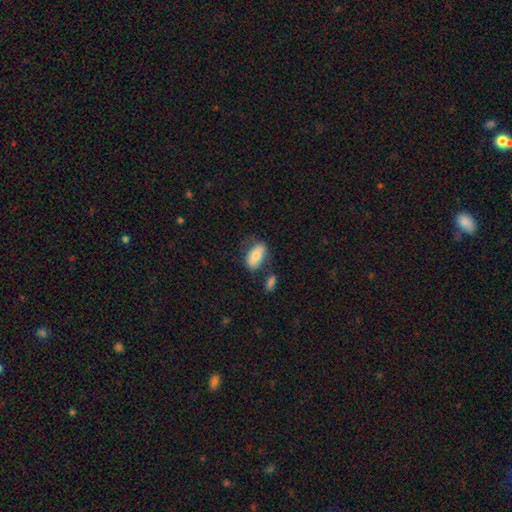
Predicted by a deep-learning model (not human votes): This is likely a smooth galaxy (75%). How rounded: clearly in between (88%). Merging: likely none (61%).